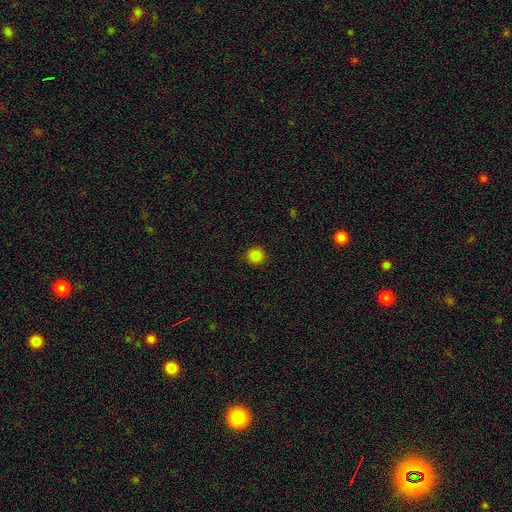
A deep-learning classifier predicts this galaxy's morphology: smooth_or_featured: smooth (p=0.84) [alt: star or artifact p=0.13]
how_rounded: round (p=0.94) [alt: in between p=0.05]
merging: none (p=0.92) [alt: minor disturbance p=0.05]